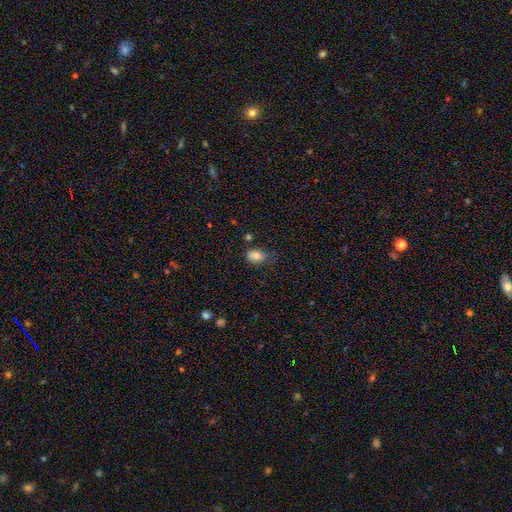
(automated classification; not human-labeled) smooth_or_featured: smooth (p=0.83) [alt: star or artifact p=0.10]
how_rounded: in between (p=0.72) [alt: round p=0.26]
merging: none (p=0.60) [alt: minor disturbance p=0.28]